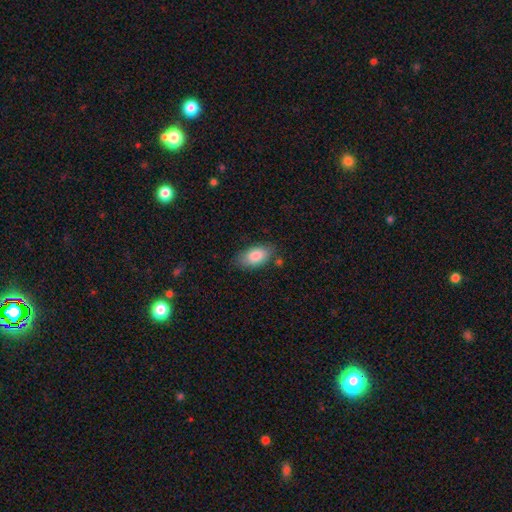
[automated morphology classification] Smooth or featured?
  - smooth: 85% *
  - featured or disk: 9%
  - star or artifact: 6%
How rounded?
  - in between: 93% *
  - round: 4%
  - cigar-shaped: 3%
Merging?
  - none: 77% *
  - minor disturbance: 16%
  - major disturbance: 4%
  - merger: 3%